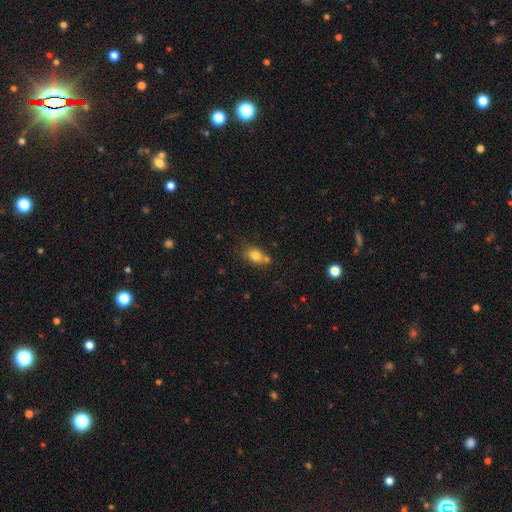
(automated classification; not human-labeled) Smooth or featured: smooth — 80% (star or artifact — 10%)
How rounded: in between — 65% (round — 33%)
Merging: none — 57% (merger — 21%)